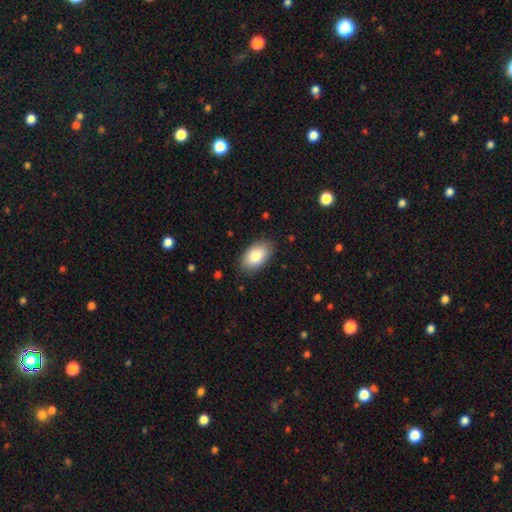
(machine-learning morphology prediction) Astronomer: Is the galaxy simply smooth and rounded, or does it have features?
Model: smooth — 85%.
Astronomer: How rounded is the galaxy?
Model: in between — 94%.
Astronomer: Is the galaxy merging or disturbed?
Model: none — 85%.